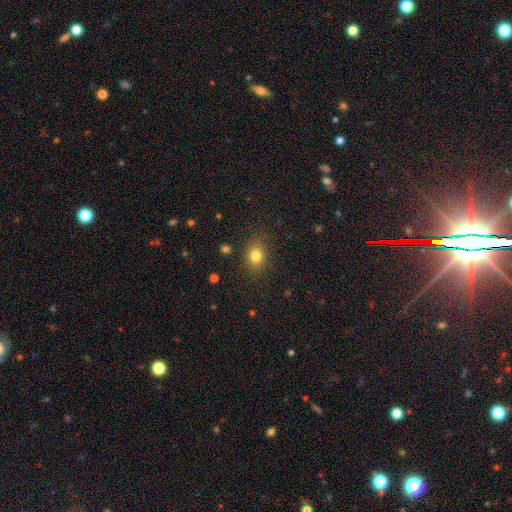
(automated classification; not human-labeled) A smooth galaxy with no disk features (80%) that is in between round and cigar-shaped (56%). Merging: none (84%).